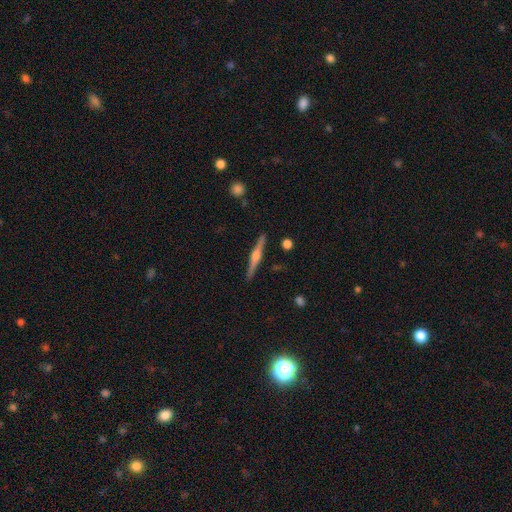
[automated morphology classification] smooth_or_featured: featured or disk (p=0.78) [alt: smooth p=0.16]
disk_edge_on: yes (p=0.98) [alt: no p=0.02]
edge_on_bulge: rounded (p=0.88) [alt: boxy p=0.08]
merging: none (p=0.91) [alt: minor disturbance p=0.06]